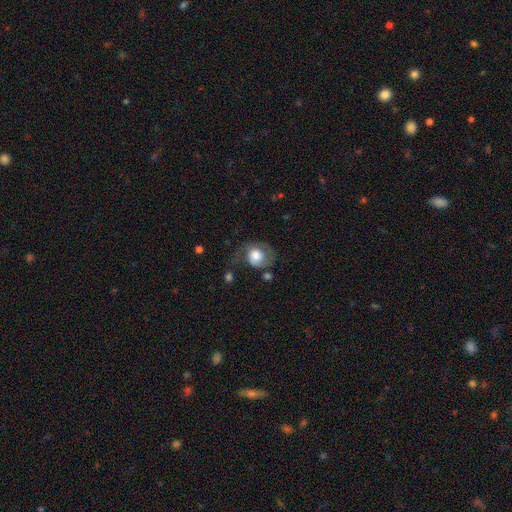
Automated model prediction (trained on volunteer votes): Smooth or featured? smooth (58%)
How rounded? round (67%)
Merging? none (36%)